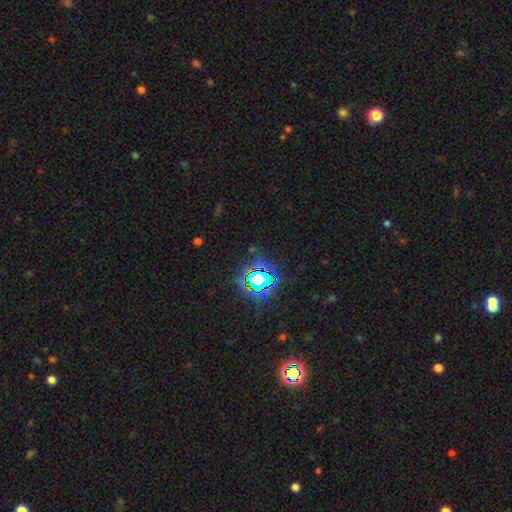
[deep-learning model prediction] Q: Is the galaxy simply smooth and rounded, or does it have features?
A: star or artifact — 79%.